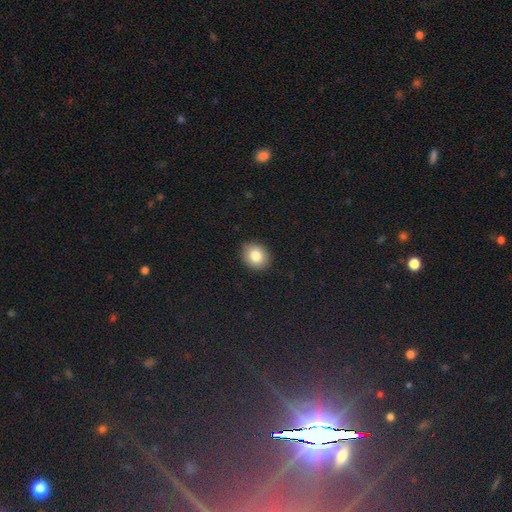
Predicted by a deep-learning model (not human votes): smooth 83%, star or artifact 9%, featured or disk 8%. Down the decision tree: how rounded — round (58%); merging — none (90%).